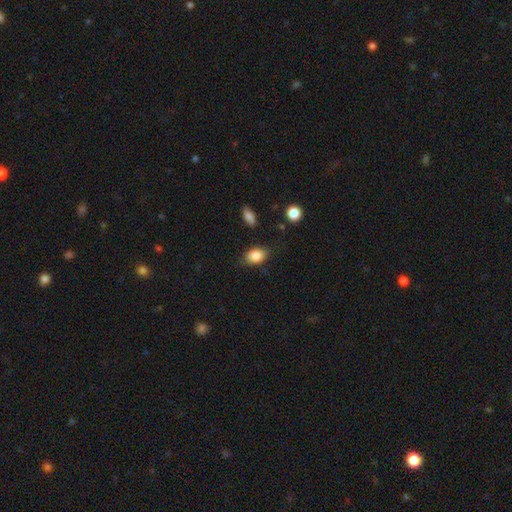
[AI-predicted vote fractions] Smooth or featured? smooth (86%)
How rounded? in between (79%)
Merging? none (78%)